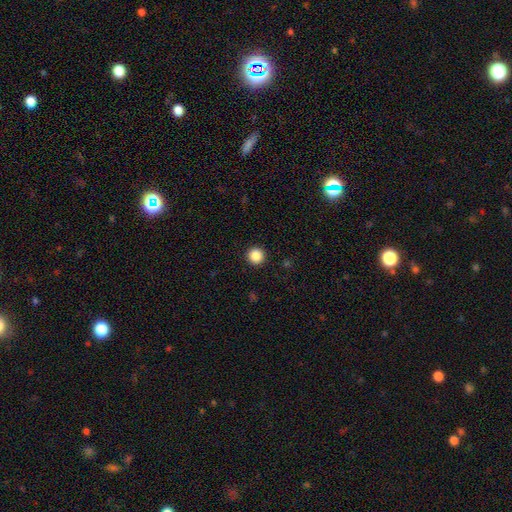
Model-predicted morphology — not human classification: Smooth or featured? Predicted: smooth (p=0.87). How rounded? Predicted: round (p=0.96). Merging? Predicted: none (p=0.94).